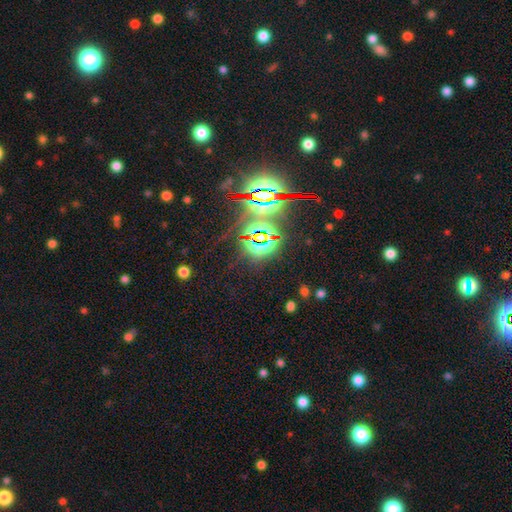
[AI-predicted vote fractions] Smooth or featured: star or artifact — 84% (smooth — 8%)